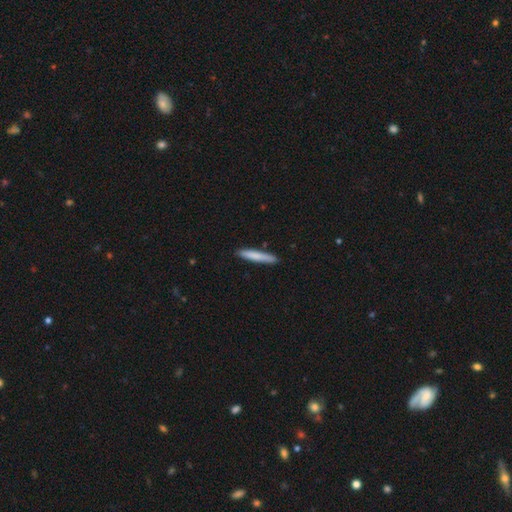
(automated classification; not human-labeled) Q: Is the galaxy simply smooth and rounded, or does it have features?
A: smooth — 79%.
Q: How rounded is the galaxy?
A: cigar-shaped — 94%.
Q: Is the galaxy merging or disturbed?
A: none — 88%.